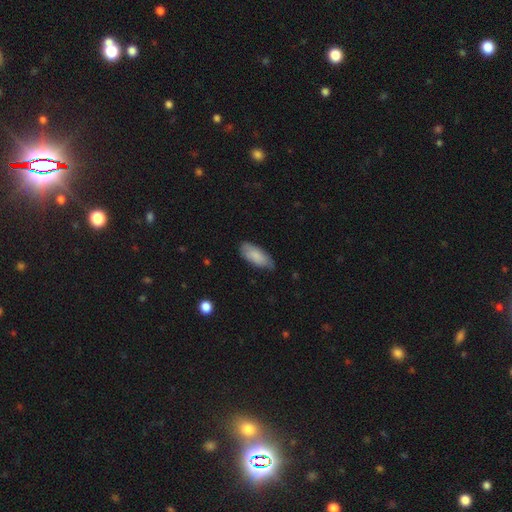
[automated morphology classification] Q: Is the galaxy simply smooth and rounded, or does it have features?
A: smooth — 84%.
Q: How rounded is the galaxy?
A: in between — 85%.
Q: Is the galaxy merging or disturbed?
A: none — 67%.